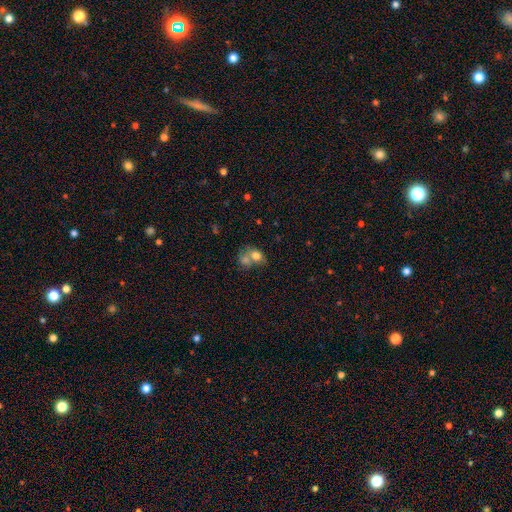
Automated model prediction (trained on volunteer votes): Overall: smooth (71%). How rounded: in between (51%; round 48%). Merging: merger (64%).